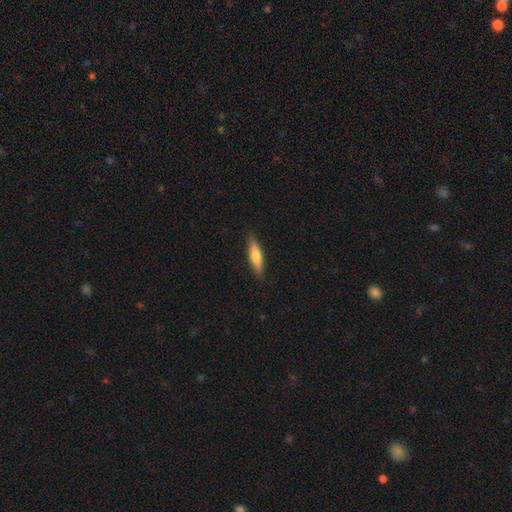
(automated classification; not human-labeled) A smooth galaxy with no disk features (70%) that is cigar-shaped (71%). Merging: none (88%).